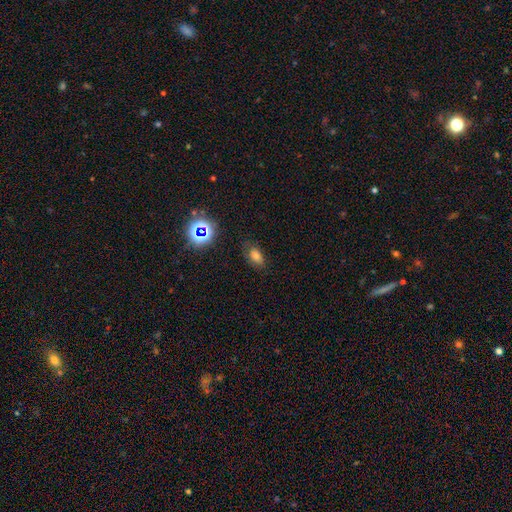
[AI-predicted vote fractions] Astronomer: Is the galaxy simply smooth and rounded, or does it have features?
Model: smooth — 71%.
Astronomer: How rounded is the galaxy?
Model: in between — 87%.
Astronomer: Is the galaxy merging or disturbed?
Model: none — 74%.